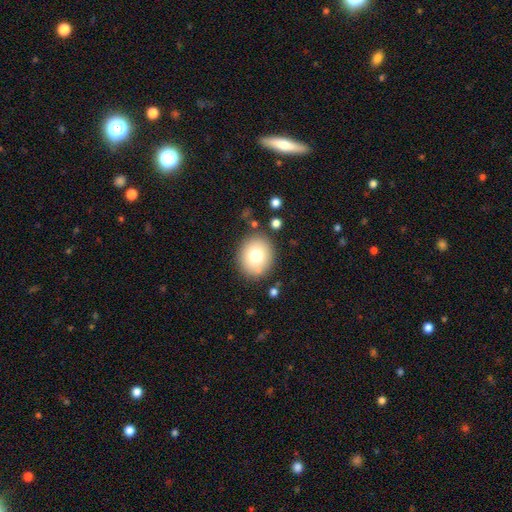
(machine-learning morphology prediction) type=smooth (75%); roundness=round (75%); merging=none (84%).